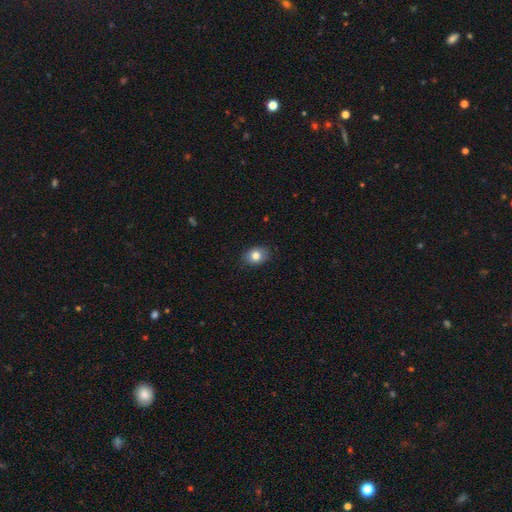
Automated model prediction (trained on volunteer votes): Smooth or featured? smooth (81%)
How rounded? in between (65%)
Merging? none (87%)